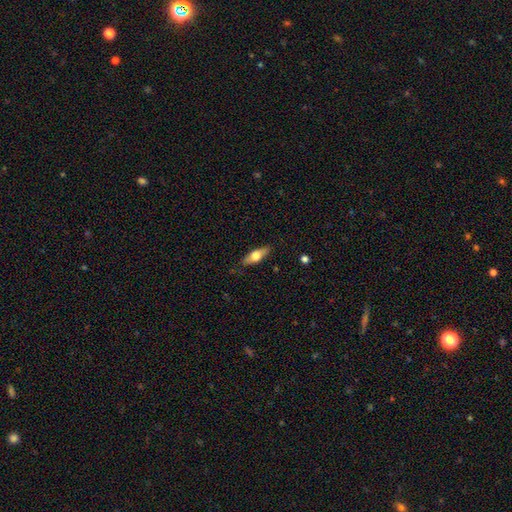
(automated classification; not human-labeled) smooth-or-featured: smooth: 56% | featured or disk: 38% | star or artifact: 6%
  how-rounded: in between: 58% | cigar-shaped: 38% | round: 3%
  merging: none: 84% | minor disturbance: 12% | major disturbance: 3% | merger: 1%